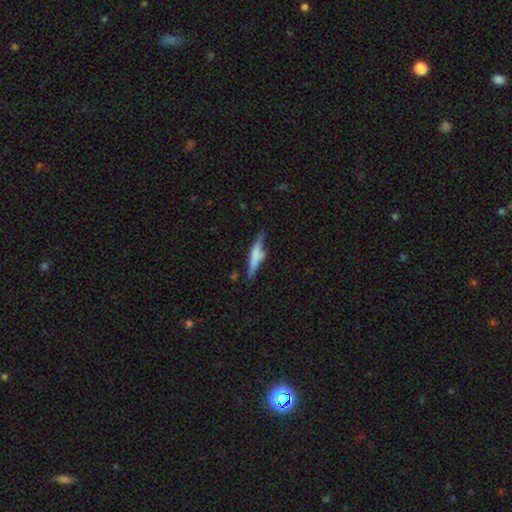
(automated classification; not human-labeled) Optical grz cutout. It shows a smooth galaxy with no disk features (49%). Merging: none (66%).